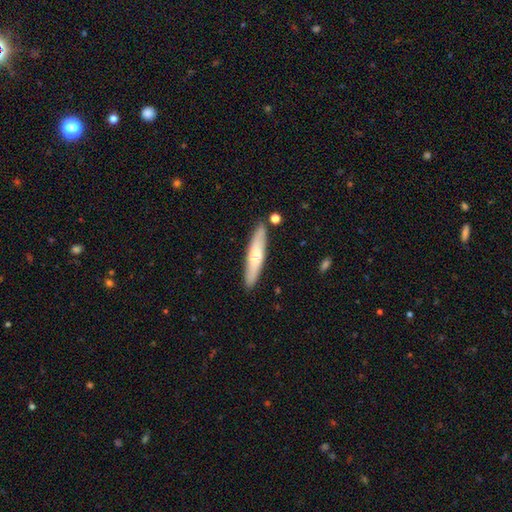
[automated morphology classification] Smooth or featured?
  - smooth: 61% *
  - featured or disk: 34%
  - star or artifact: 5%
How rounded?
  - cigar-shaped: 86% *
  - in between: 13%
  - round: 1%
Merging?
  - none: 85% *
  - minor disturbance: 10%
  - merger: 3%
  - major disturbance: 2%